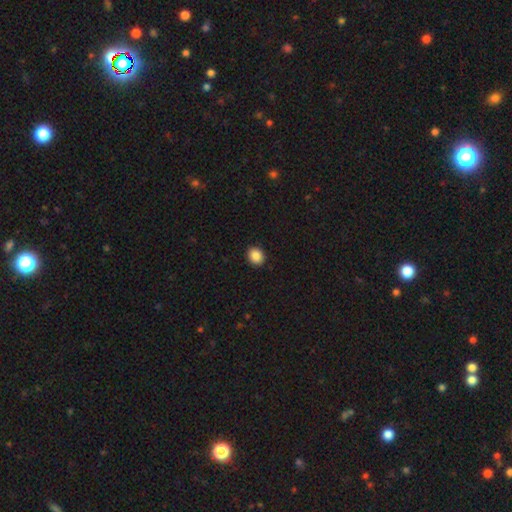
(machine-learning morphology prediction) Q: Smooth or featured?
A: smooth (88%); runner-up: star or artifact (9%)
Q: How rounded?
A: round (73%); runner-up: in between (26%)
Q: Merging?
A: none (92%); runner-up: minor disturbance (5%)